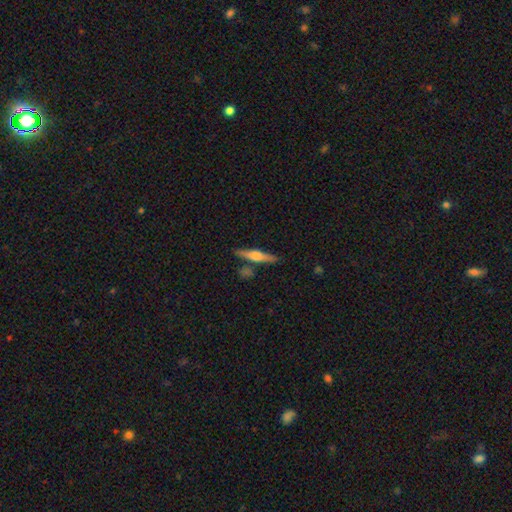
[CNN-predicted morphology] Smooth or featured? Predicted: featured or disk (p=0.59). Edge-on disk? Predicted: yes (p=0.96). Edge-on bulge? Predicted: rounded (p=0.86). Merging? Predicted: none (p=0.82).